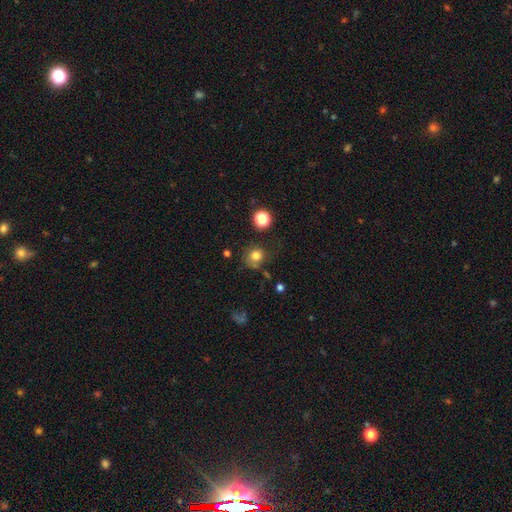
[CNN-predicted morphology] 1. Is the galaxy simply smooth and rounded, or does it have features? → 78% smooth, 14% star or artifact, 8% featured or disk.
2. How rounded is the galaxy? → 83% round, 16% in between, 1% cigar-shaped.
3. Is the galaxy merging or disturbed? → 66% none, 20% minor disturbance, 8% major disturbance, 6% merger.